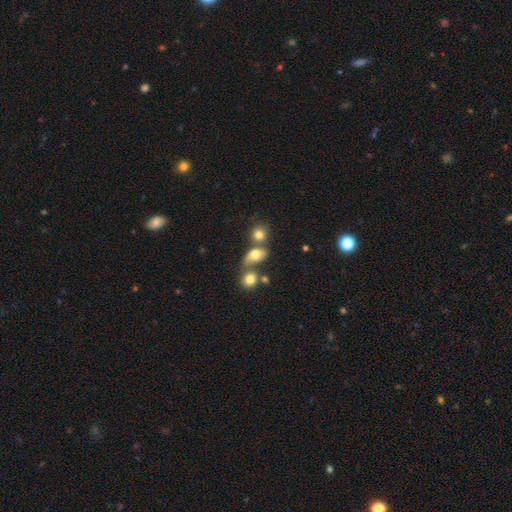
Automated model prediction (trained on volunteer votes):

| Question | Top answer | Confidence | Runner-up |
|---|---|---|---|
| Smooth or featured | smooth | 54% | star or artifact (26%) |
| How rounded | round | 62% | in between (32%) |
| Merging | merger | 46% | none (39%) |